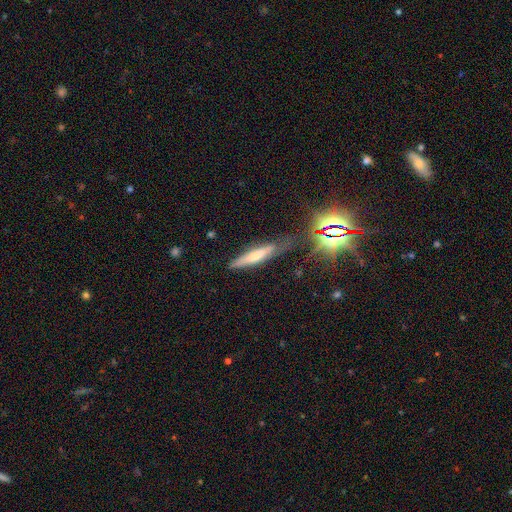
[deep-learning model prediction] A smooth galaxy with no disk features (53%) that is cigar-shaped (87%).

Vote fractions:
- Smooth or featured? smooth: 53% / featured or disk: 36% / star or artifact: 11%
- How rounded? cigar-shaped: 87% / in between: 11% / round: 2%
- Merging? none: 65% / minor disturbance: 23% / major disturbance: 8% / merger: 4%